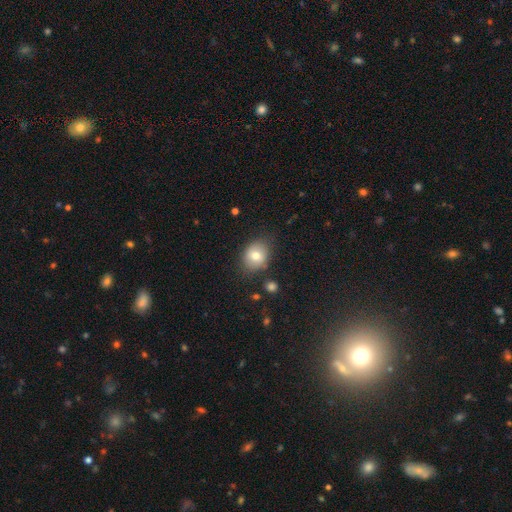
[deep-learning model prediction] The model was most divided on "how rounded": round: 51%, in between: 48%, cigar-shaped: 1%. More confident: merging — none (78%); smooth or featured — smooth (77%).